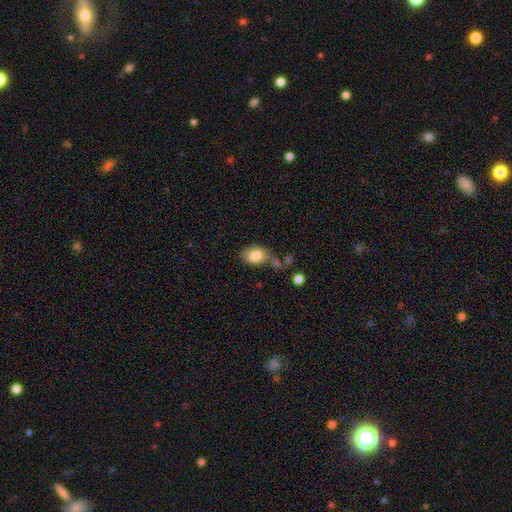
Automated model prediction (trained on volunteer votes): This appears to be a smooth galaxy with no disk features (83%) that is in between round and cigar-shaped (85%). Merging: none (58%).